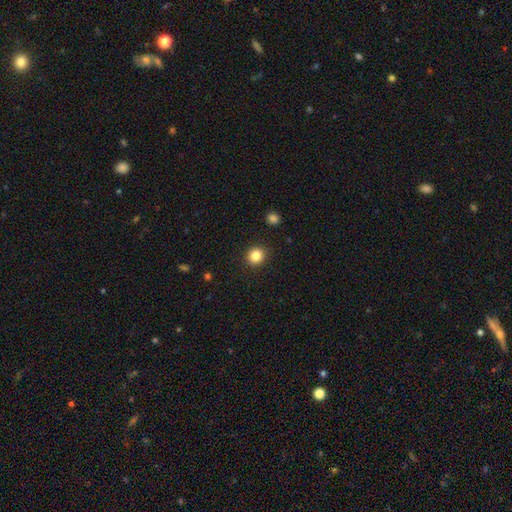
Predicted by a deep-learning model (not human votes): This appears to be a smooth galaxy with no disk features (84%) that is round (88%). Merging: none (92%).